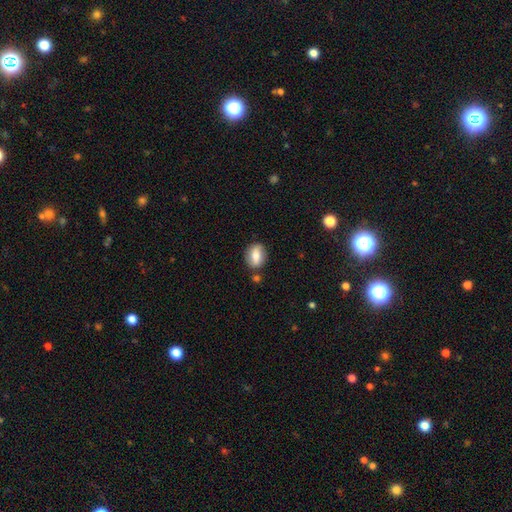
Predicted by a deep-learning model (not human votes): Smooth or featured? Predicted: smooth (p=0.67). How rounded? Predicted: in between (p=0.65). Merging? Predicted: none (p=0.77).